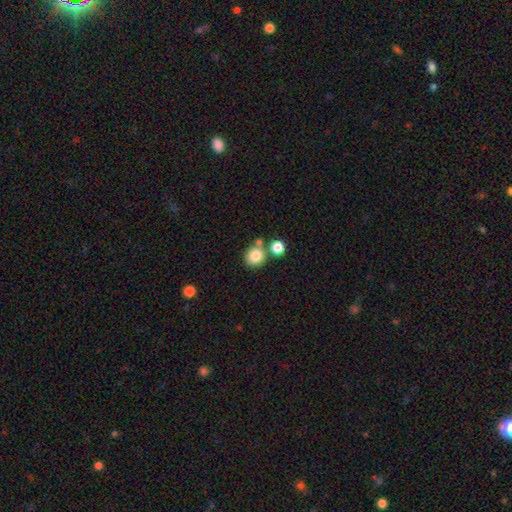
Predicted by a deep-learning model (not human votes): Q: Smooth or featured?
A: smooth (82%); runner-up: star or artifact (10%)
Q: How rounded?
A: round (88%); runner-up: in between (11%)
Q: Merging?
A: none (66%); runner-up: merger (22%)